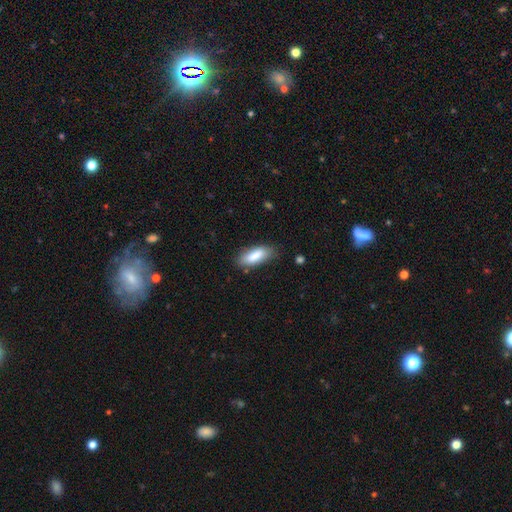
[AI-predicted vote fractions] Smooth or featured?
  - smooth: 85% *
  - featured or disk: 9%
  - star or artifact: 6%
How rounded?
  - in between: 72% *
  - cigar-shaped: 26%
  - round: 2%
Merging?
  - none: 79% *
  - minor disturbance: 16%
  - major disturbance: 3%
  - merger: 2%